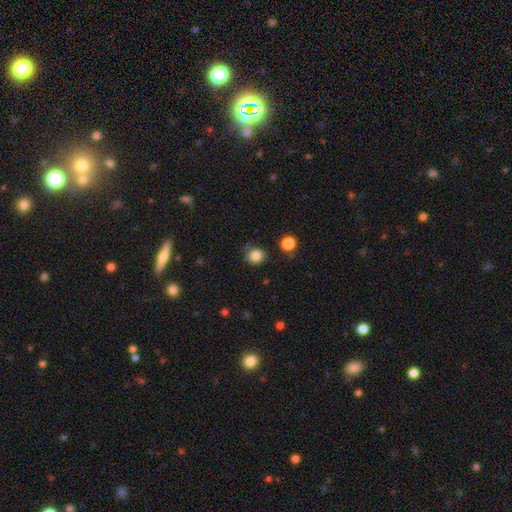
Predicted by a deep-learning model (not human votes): Smooth or featured? Predicted: smooth (p=0.83). How rounded? Predicted: round (p=0.78). Merging? Predicted: none (p=0.75).